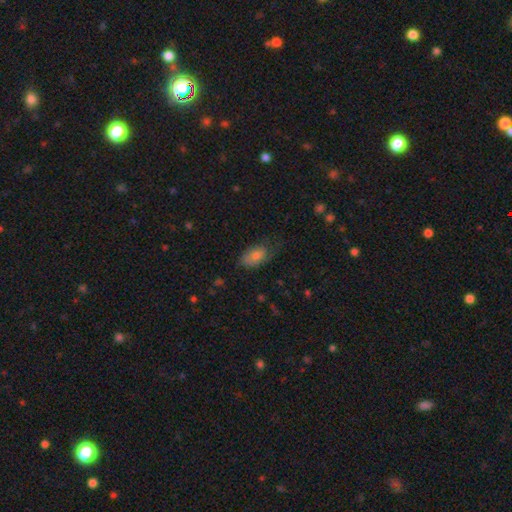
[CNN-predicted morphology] type=smooth (67%); roundness=in between (89%); merging=none (56%).